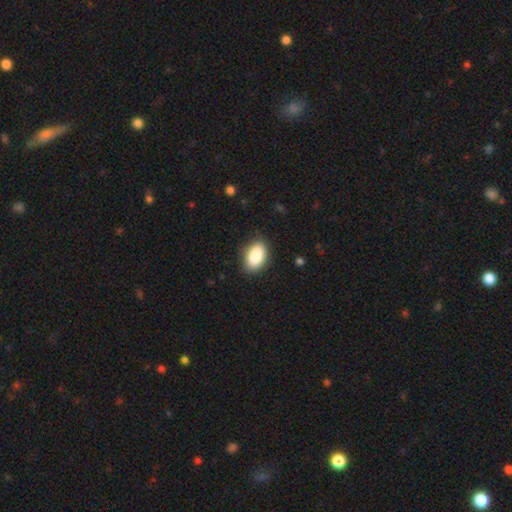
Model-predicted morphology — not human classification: Smooth or featured: smooth — 88% (star or artifact — 7%)
How rounded: in between — 92% (round — 6%)
Merging: none — 86% (minor disturbance — 10%)